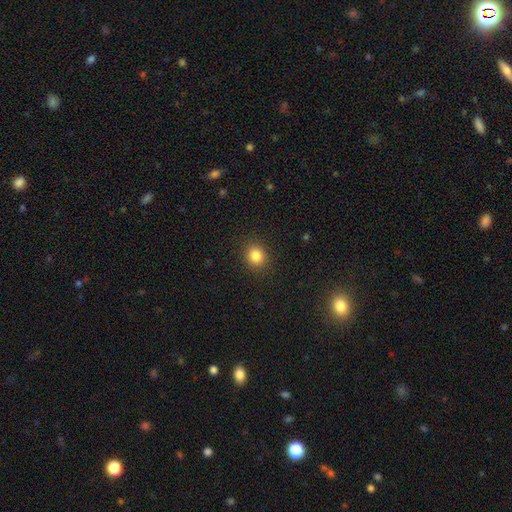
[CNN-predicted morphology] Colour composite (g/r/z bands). It shows a smooth galaxy with no disk features (84%) that is round (71%). Merging: none (89%).